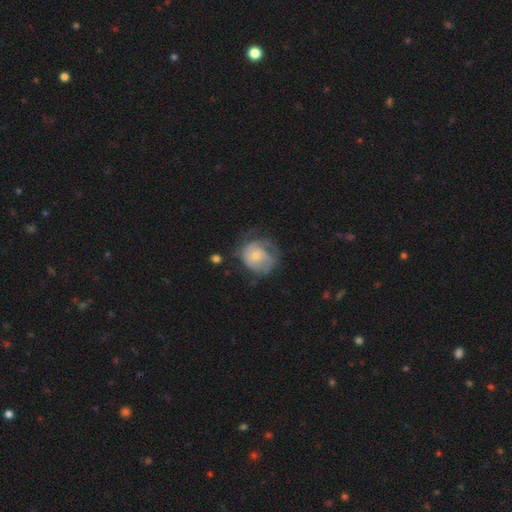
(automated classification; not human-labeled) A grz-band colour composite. It shows a featured or disk galaxy (60%) with no bar (79%), spiral arms (74%) and a small central bulge (59%). Merging: none (44%).